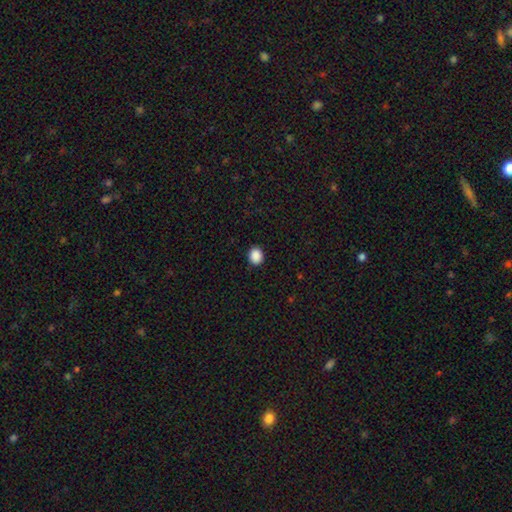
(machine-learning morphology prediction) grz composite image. It shows a smooth galaxy with no disk features (89%) that is round (64%). Merging: none (91%).